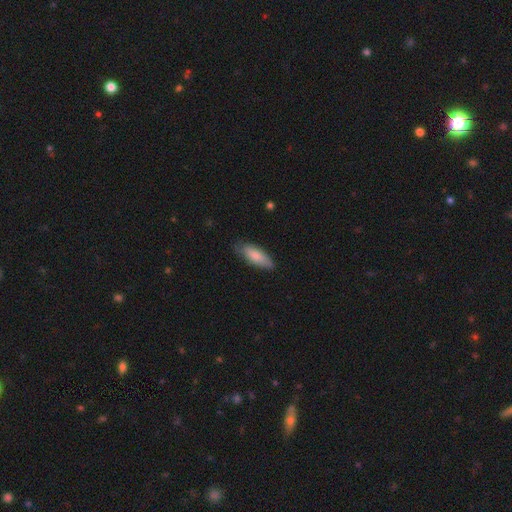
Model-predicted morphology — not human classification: smooth_or_featured: smooth (p=0.81) [alt: featured or disk p=0.14]
how_rounded: in between (p=0.67) [alt: cigar-shaped p=0.31]
merging: none (p=0.74) [alt: minor disturbance p=0.22]